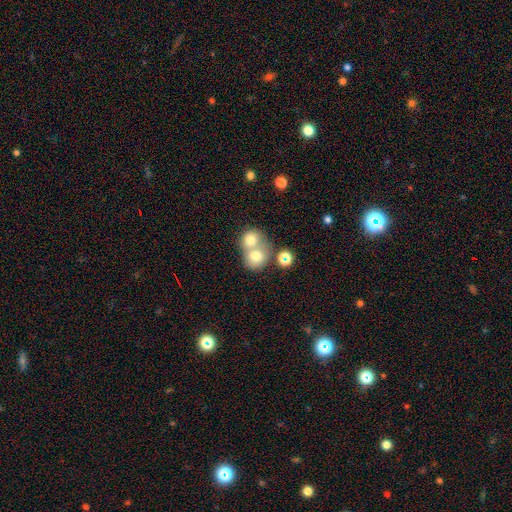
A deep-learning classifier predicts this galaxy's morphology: A smooth galaxy with no disk features (71%) that is round (67%). Merging: merger (67%).